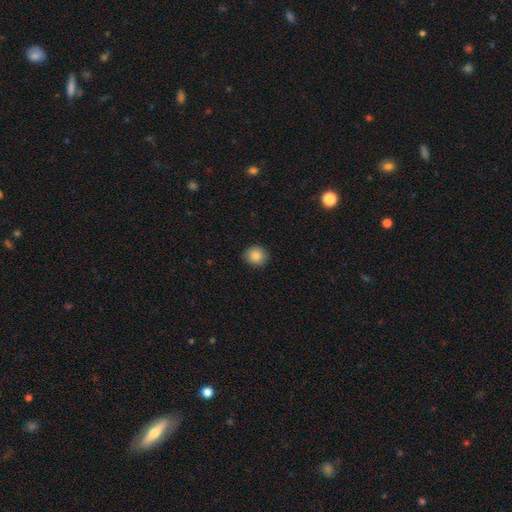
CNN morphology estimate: type=smooth (86%); roundness=round (88%); merging=none (91%).